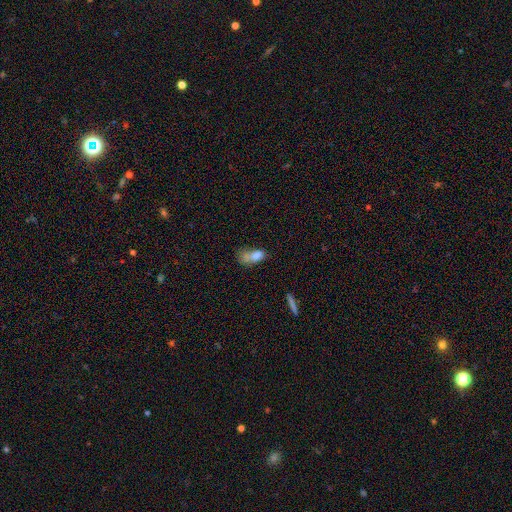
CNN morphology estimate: Smooth or featured: smooth — 70% (featured or disk — 19%)
How rounded: in between — 82% (cigar-shaped — 10%)
Merging: merger — 31% (major disturbance — 25%)